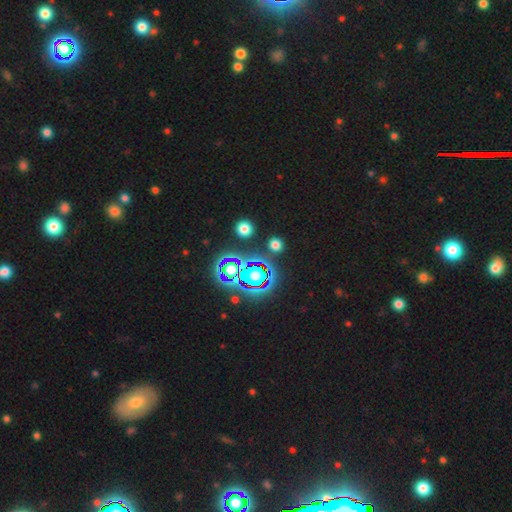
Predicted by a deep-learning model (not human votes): Q: Smooth or featured?
A: star or artifact (80%); runner-up: smooth (12%)